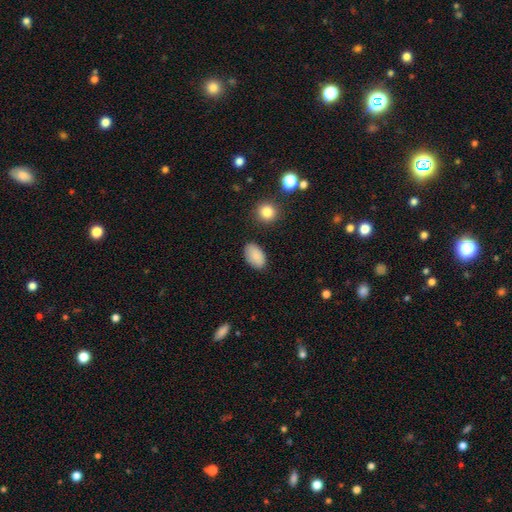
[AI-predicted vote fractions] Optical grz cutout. It shows a smooth galaxy with no disk features (89%) that is in between round and cigar-shaped (93%). Merging: none (85%).